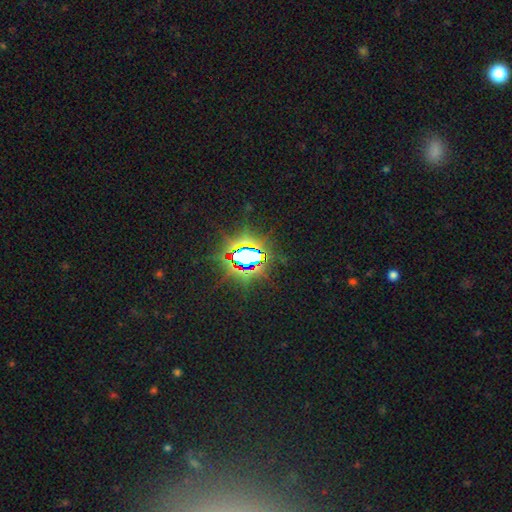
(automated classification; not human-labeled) Smooth or featured: star or artifact — 83% (smooth — 10%)